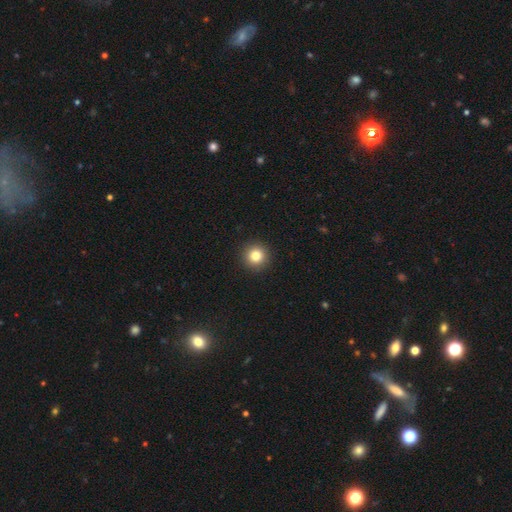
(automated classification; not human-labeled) smooth_or_featured: smooth (p=0.82) [alt: star or artifact p=0.11]
how_rounded: round (p=0.95) [alt: in between p=0.04]
merging: none (p=0.93) [alt: minor disturbance p=0.04]